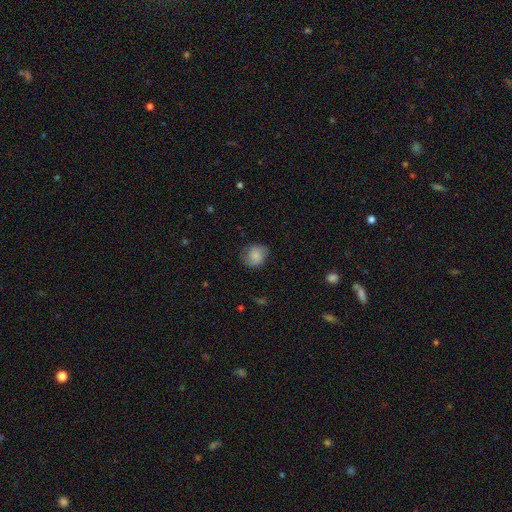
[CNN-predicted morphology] type=smooth (78%); roundness=round (73%); merging=none (74%).